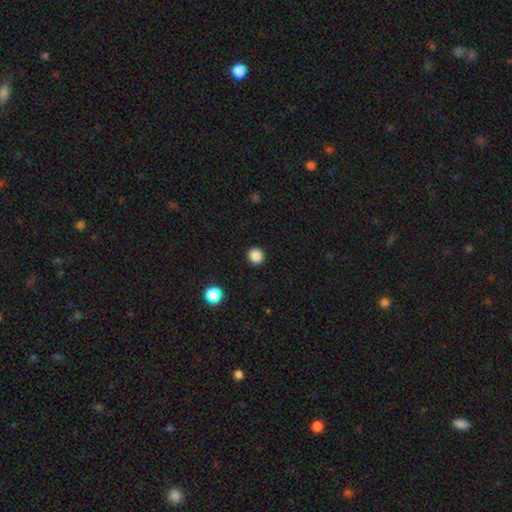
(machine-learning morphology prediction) smooth_or_featured: smooth (p=0.87) [alt: star or artifact p=0.11]
how_rounded: round (p=0.90) [alt: in between p=0.10]
merging: none (p=0.92) [alt: minor disturbance p=0.05]